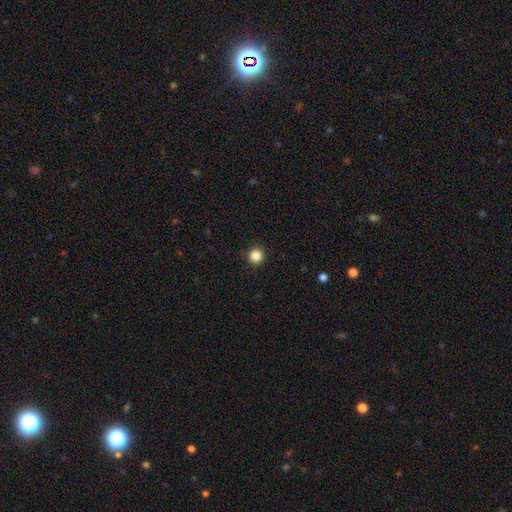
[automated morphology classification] Q: Smooth or featured?
A: smooth (85%); runner-up: star or artifact (12%)
Q: How rounded?
A: round (95%); runner-up: in between (4%)
Q: Merging?
A: none (92%); runner-up: minor disturbance (5%)